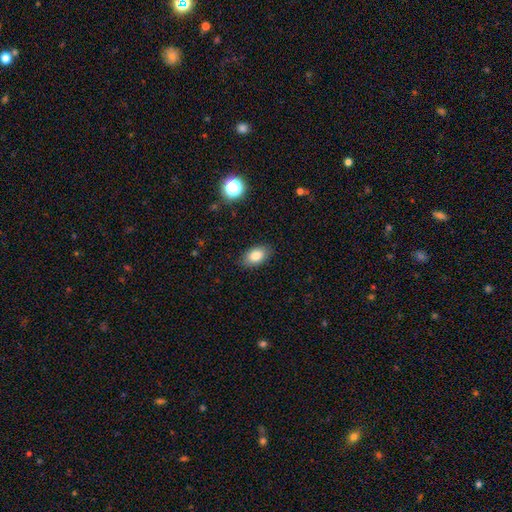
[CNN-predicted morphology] Smooth or featured? Predicted: smooth (p=0.83). How rounded? Predicted: in between (p=0.89). Merging? Predicted: none (p=0.87).